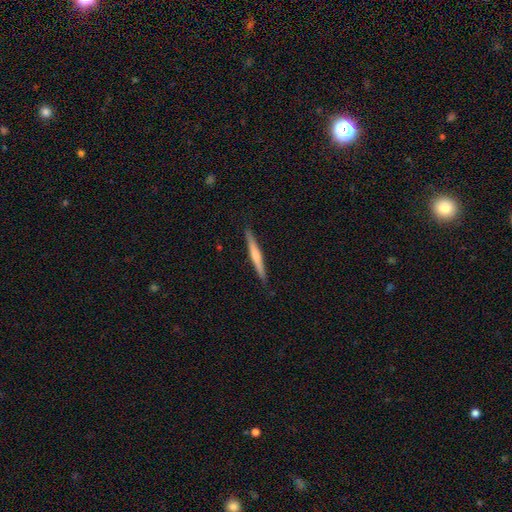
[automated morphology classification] smooth-or-featured: featured or disk: 48% | smooth: 47% | star or artifact: 5%
  merging: none: 90% | minor disturbance: 7% | major disturbance: 1% | merger: 1%